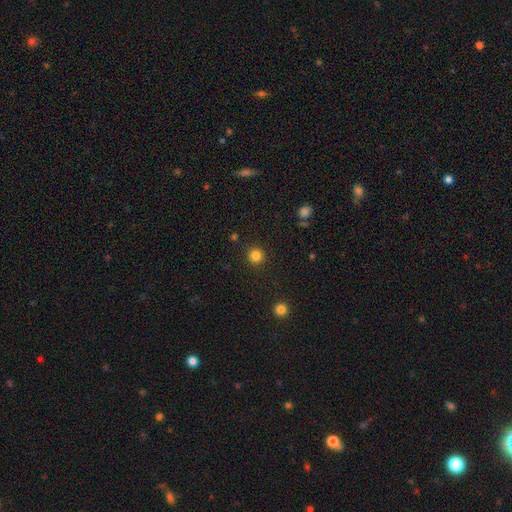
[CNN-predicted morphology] Q: Smooth or featured?
A: smooth (83%); runner-up: star or artifact (13%)
Q: How rounded?
A: round (95%); runner-up: in between (4%)
Q: Merging?
A: none (92%); runner-up: minor disturbance (5%)